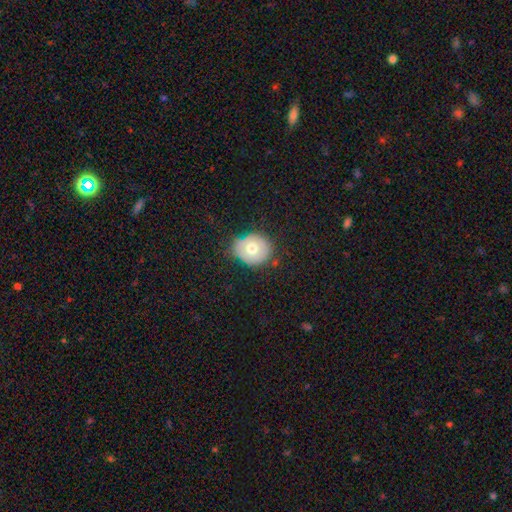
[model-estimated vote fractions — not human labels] Smooth or featured: smooth — 63% (featured or disk — 27%)
How rounded: round — 75% (in between — 24%)
Merging: none — 69% (minor disturbance — 23%)